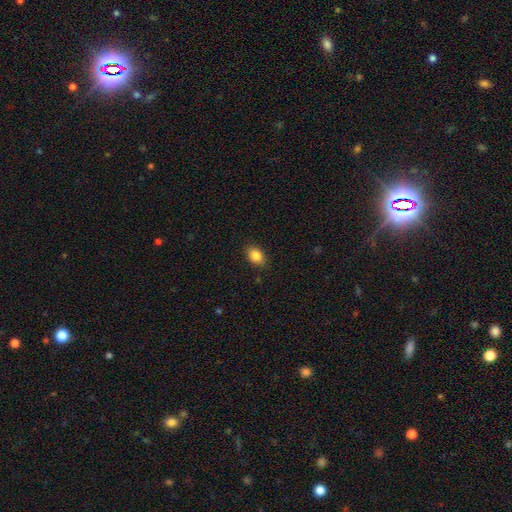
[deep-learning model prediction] A smooth galaxy with no disk features (86%) that is in between round and cigar-shaped (78%). Merging: none (85%).